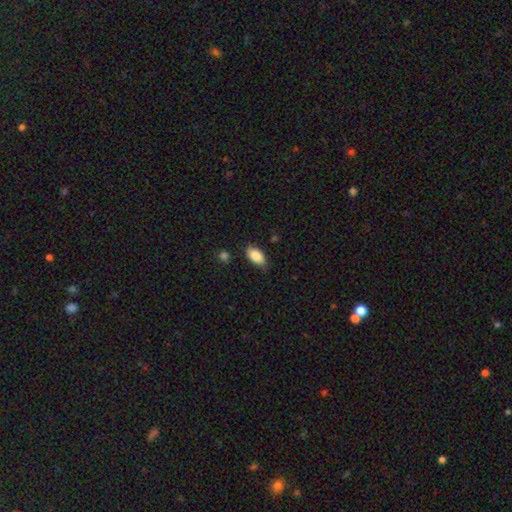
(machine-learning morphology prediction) Smooth or featured? smooth (87%)
How rounded? in between (93%)
Merging? none (77%)